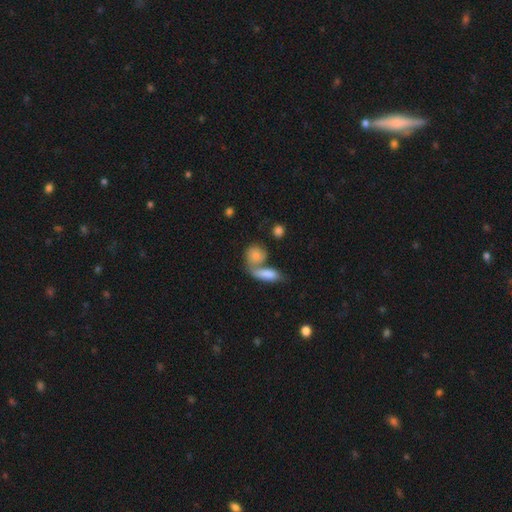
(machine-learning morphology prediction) Smooth or featured? Predicted: smooth (p=0.75). How rounded? Predicted: in between (p=0.48). Merging? Predicted: merger (p=0.51).